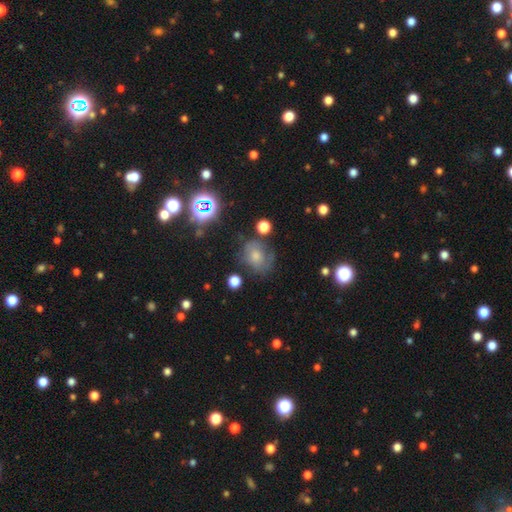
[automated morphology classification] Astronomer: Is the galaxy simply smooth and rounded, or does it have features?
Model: smooth — 55%.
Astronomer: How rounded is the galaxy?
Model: round — 58% (runner-up: in between, 41%).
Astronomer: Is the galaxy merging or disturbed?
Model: none — 58%.